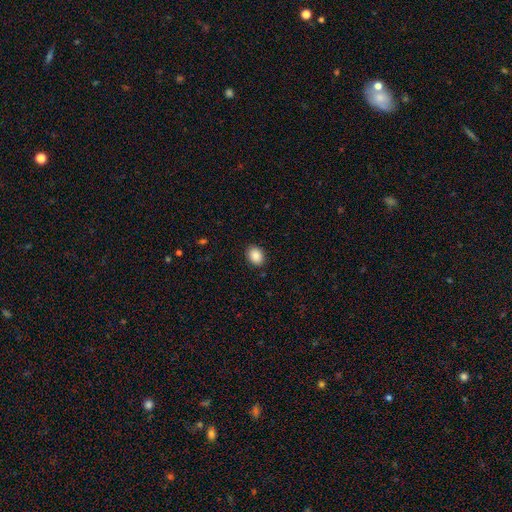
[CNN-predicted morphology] This appears to be a smooth galaxy with no disk features (88%) that is in between round and cigar-shaped (61%). Merging: none (90%).